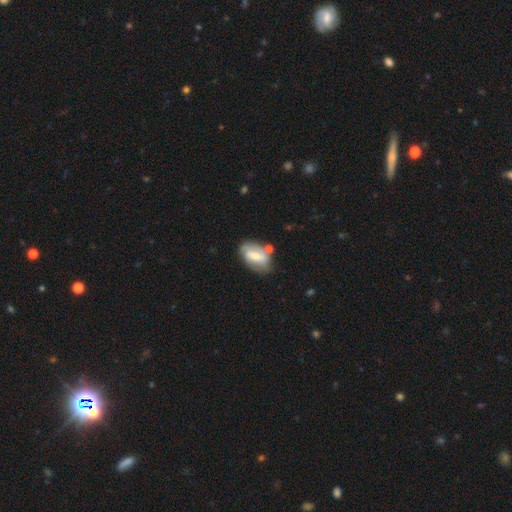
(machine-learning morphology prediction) featured or disk 50%, smooth 43%, star or artifact 7%. Down the decision tree: merging — none (58%).